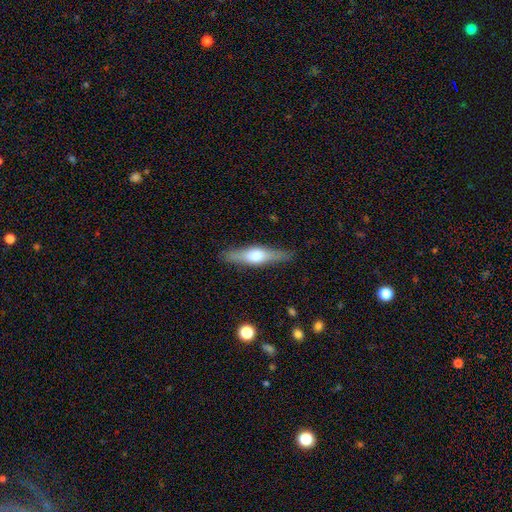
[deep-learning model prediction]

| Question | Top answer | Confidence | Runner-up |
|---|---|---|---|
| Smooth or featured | featured or disk | 55% | smooth (40%) |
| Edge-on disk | yes | 93% | no (7%) |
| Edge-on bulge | rounded | 92% | boxy (5%) |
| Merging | none | 87% | minor disturbance (10%) |